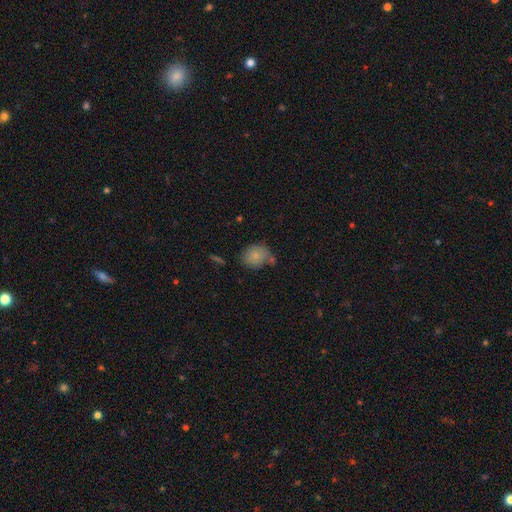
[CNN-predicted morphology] smooth 83%, featured or disk 9%, star or artifact 8%. Down the decision tree: how rounded — round (52%); merging — none (63%).